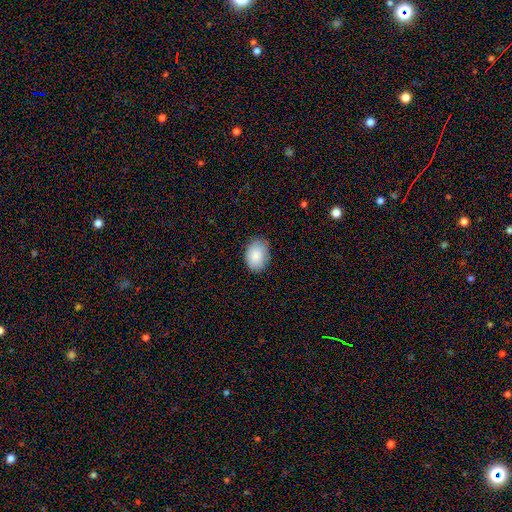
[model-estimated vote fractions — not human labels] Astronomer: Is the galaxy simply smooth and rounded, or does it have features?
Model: smooth — 87%.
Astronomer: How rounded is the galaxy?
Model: in between — 80%.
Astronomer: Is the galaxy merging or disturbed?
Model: none — 84%.